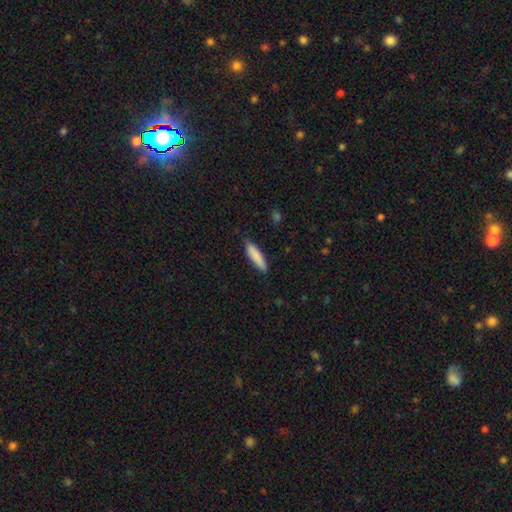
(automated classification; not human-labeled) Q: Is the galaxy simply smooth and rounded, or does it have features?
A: smooth — 86%.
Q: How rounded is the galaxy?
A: cigar-shaped — 72%.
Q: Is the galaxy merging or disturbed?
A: none — 85%.